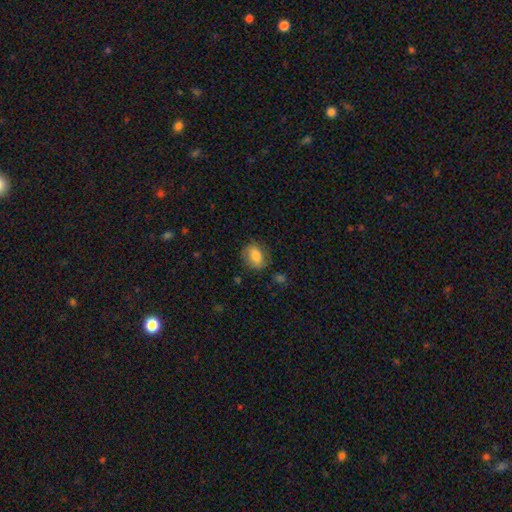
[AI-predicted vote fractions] Morphology: type=smooth (77%); roundness=in between (64%); merging=none (75%).